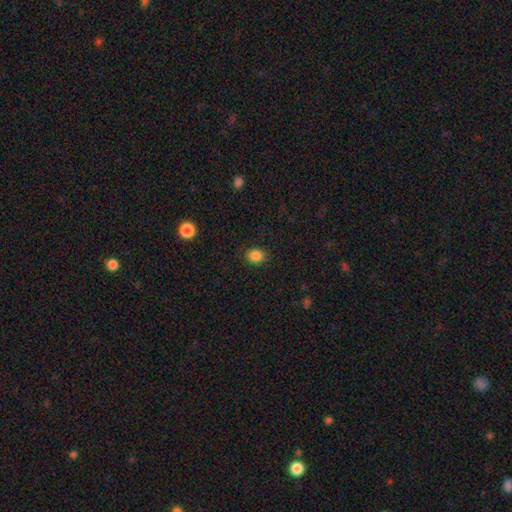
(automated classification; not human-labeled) smooth_or_featured: smooth (p=0.86) [alt: star or artifact p=0.11]
how_rounded: round (p=0.62) [alt: in between p=0.37]
merging: none (p=0.89) [alt: minor disturbance p=0.07]